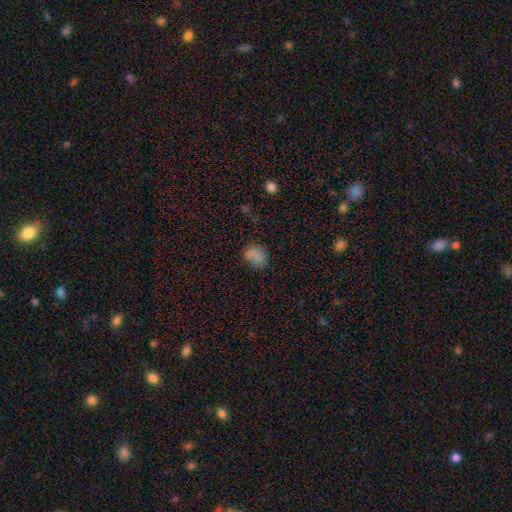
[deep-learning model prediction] A smooth galaxy with no disk features (79%) that is in between round and cigar-shaped (70%). Merging: none (65%).